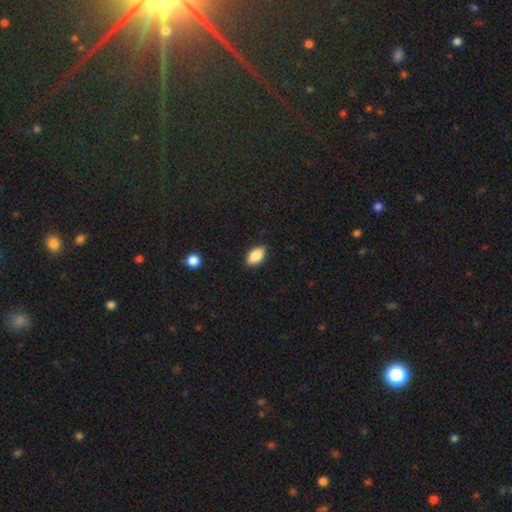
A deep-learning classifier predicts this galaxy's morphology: Smooth or featured? Predicted: smooth (p=0.87). How rounded? Predicted: in between (p=0.93). Merging? Predicted: none (p=0.87).